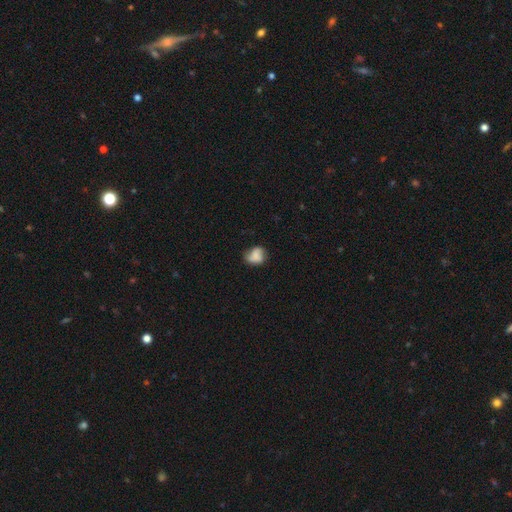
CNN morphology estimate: type=smooth (69%); roundness=round (52%); merging=none (56%).